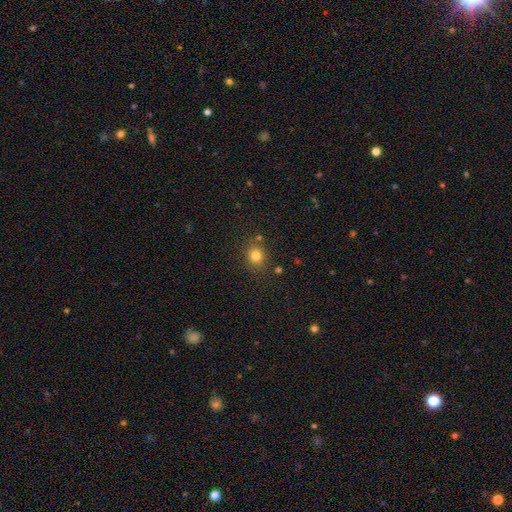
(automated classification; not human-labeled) Q: Smooth or featured?
A: smooth (80%); runner-up: star or artifact (13%)
Q: How rounded?
A: round (71%); runner-up: in between (28%)
Q: Merging?
A: none (79%); runner-up: minor disturbance (12%)